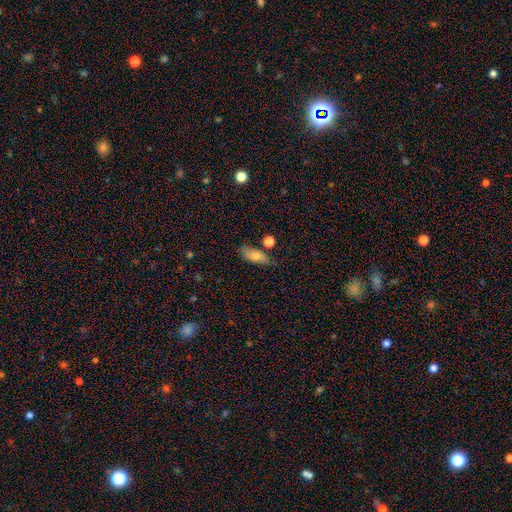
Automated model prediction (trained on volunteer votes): This is likely a smooth galaxy (78%). How rounded: clearly in between (81%). Merging: likely none (60%).